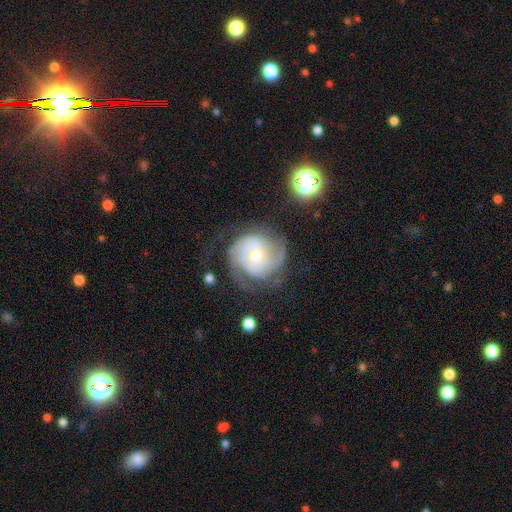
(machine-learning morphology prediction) smooth-or-featured: featured or disk: 83% | smooth: 11% | star or artifact: 6%
  disk-edge-on: no: 98% | yes: 2%
    bar: no: 61% | weak: 32% | strong: 7%
    has-spiral-arms: yes: 95% | no: 5%
      spiral-winding: tight: 57% | medium: 34% | loose: 9%
      spiral-arm-count: 2: 45% | can't tell: 23% | 3: 19% | 1: 5% | 4: 5% | more than 4: 4%
    bulge-size: small: 53% | moderate: 43% | large: 2% | none: 1% | dominant: 1%
  merging: none: 63% | minor disturbance: 20% | major disturbance: 15% | merger: 2%